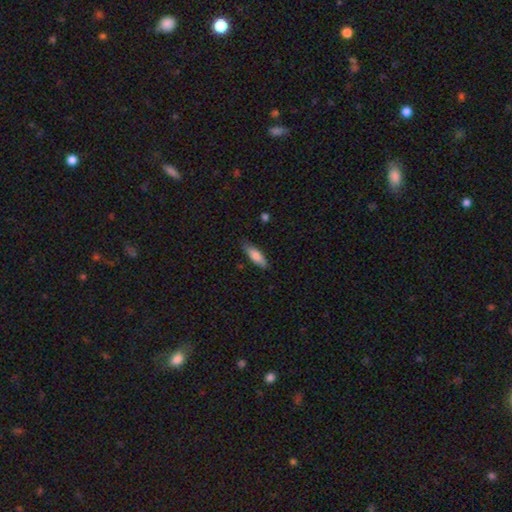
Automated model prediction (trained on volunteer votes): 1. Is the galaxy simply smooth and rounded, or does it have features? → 80% smooth, 13% featured or disk, 6% star or artifact.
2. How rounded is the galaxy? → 55% in between, 43% cigar-shaped, 2% round.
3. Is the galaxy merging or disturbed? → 80% none, 16% minor disturbance, 3% major disturbance, 1% merger.